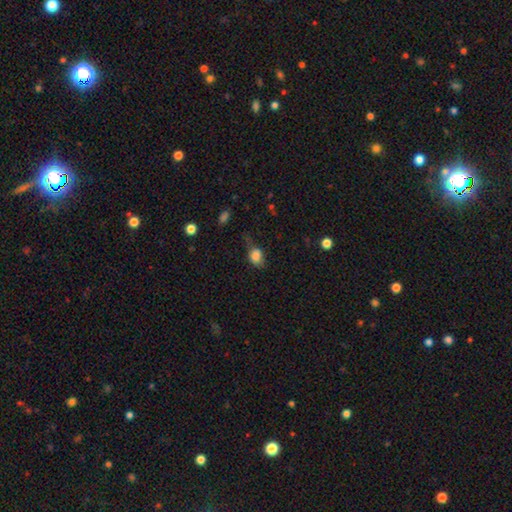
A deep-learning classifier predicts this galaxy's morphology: smooth 81%, star or artifact 11%, featured or disk 8%. Down the decision tree: how rounded — in between (71%); merging — none (42%).